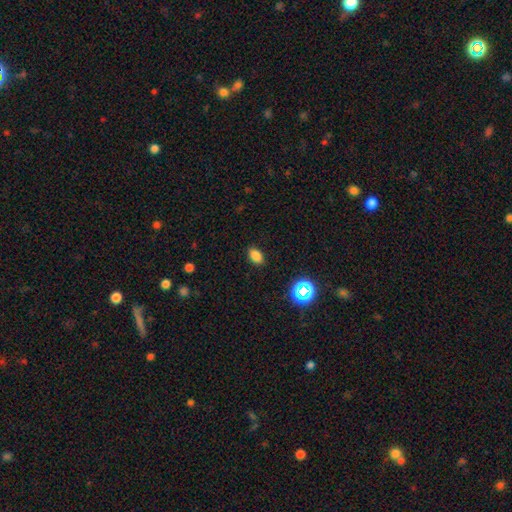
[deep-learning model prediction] Smooth or featured? smooth (81%)
How rounded? in between (84%)
Merging? none (88%)